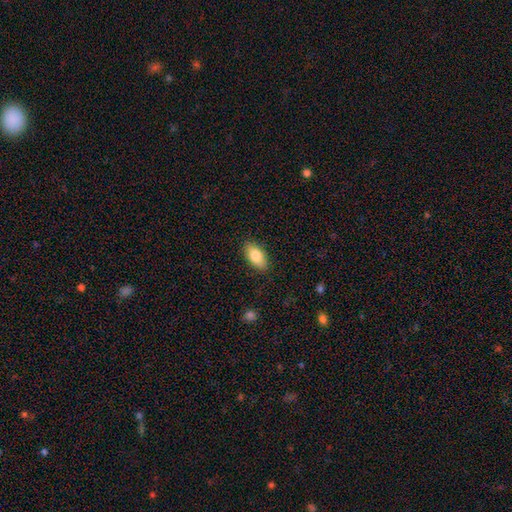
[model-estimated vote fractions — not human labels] The model was most divided on "smooth or featured": smooth: 81%, featured or disk: 12%, star or artifact: 7%. More confident: how rounded — in between (92%); merging — none (88%).